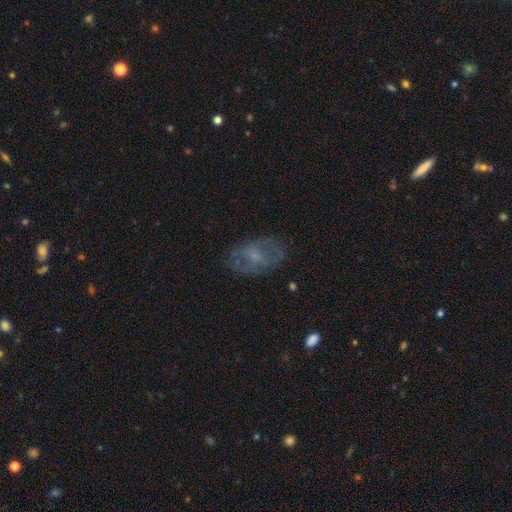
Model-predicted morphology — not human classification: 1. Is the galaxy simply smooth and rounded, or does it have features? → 48% featured or disk, 42% smooth, 11% star or artifact.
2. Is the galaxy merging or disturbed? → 67% none, 19% minor disturbance, 12% major disturbance, 2% merger.